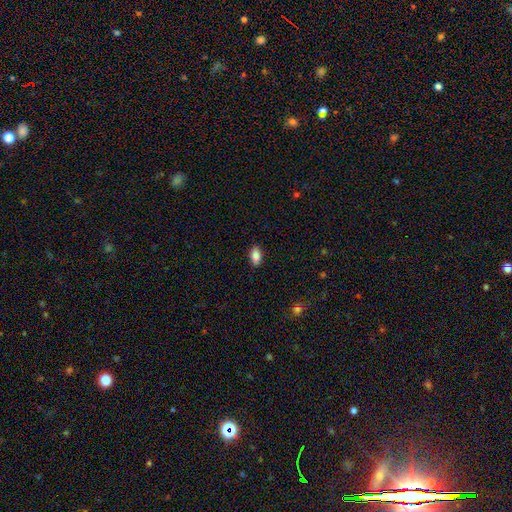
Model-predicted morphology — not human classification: Smooth or featured?
  - smooth: 87% *
  - star or artifact: 8%
  - featured or disk: 5%
How rounded?
  - in between: 90% *
  - cigar-shaped: 5%
  - round: 5%
Merging?
  - none: 86% *
  - minor disturbance: 10%
  - major disturbance: 2%
  - merger: 1%